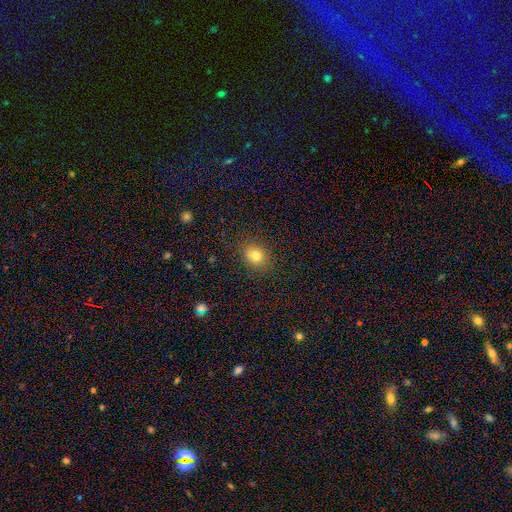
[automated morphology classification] A smooth galaxy with no disk features (79%) that is round (63%). Merging: none (85%).